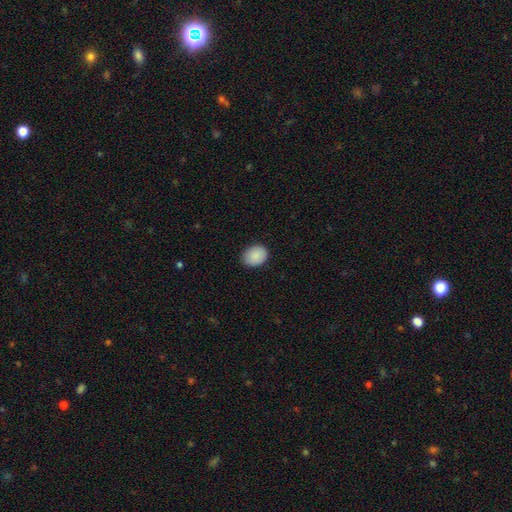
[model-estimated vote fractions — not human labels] Q: Smooth or featured?
A: smooth (89%); runner-up: star or artifact (7%)
Q: How rounded?
A: in between (58%); runner-up: round (41%)
Q: Merging?
A: none (87%); runner-up: minor disturbance (10%)